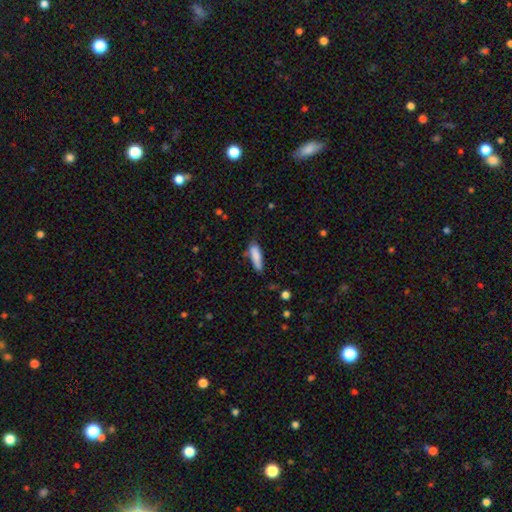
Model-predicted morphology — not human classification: Smooth or featured: smooth — 84% (featured or disk — 10%)
How rounded: cigar-shaped — 63% (in between — 36%)
Merging: none — 63% (minor disturbance — 27%)